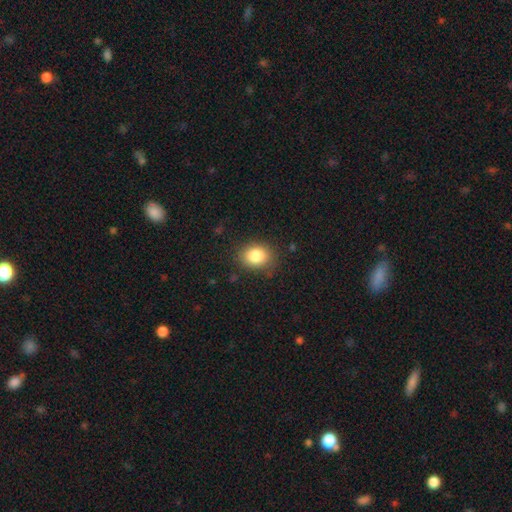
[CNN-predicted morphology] Smooth or featured? smooth (84%)
How rounded? round (52%)
Merging? none (83%)